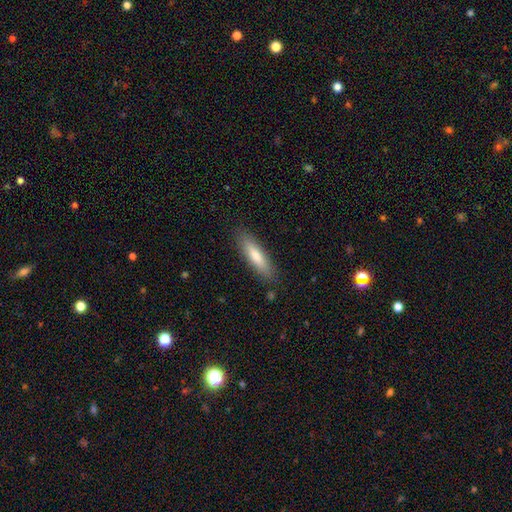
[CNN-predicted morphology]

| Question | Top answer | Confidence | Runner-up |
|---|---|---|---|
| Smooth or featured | smooth | 71% | featured or disk (22%) |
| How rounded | cigar-shaped | 71% | in between (27%) |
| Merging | none | 88% | minor disturbance (9%) |